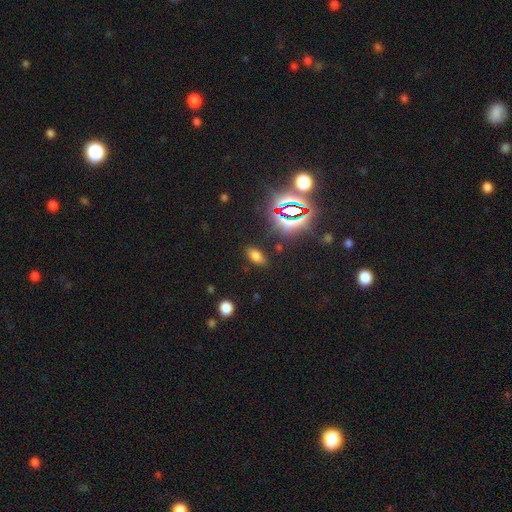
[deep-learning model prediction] Morphology: type=smooth (66%); roundness=in between (87%); merging=none (85%).